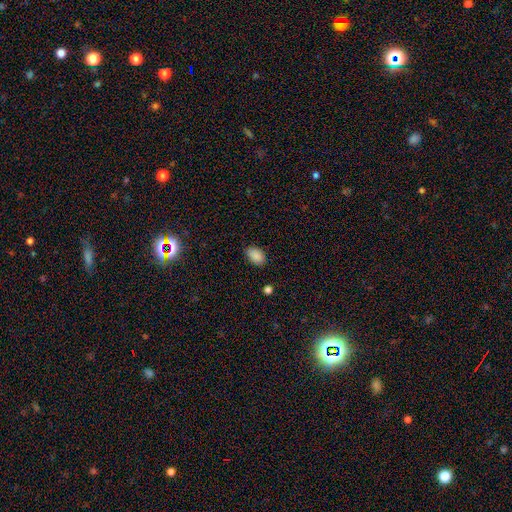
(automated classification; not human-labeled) Q: Smooth or featured?
A: smooth (87%); runner-up: star or artifact (9%)
Q: How rounded?
A: in between (88%); runner-up: round (11%)
Q: Merging?
A: none (81%); runner-up: minor disturbance (15%)